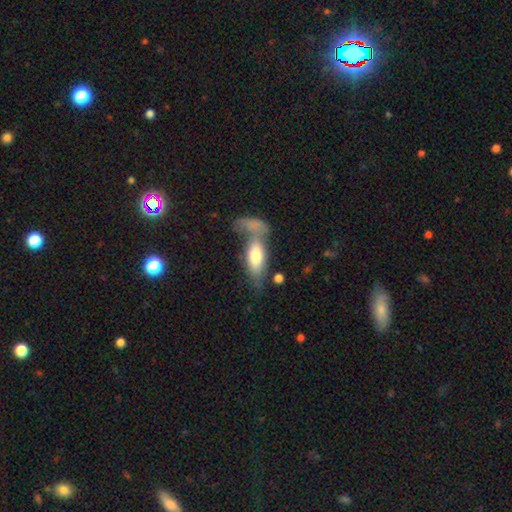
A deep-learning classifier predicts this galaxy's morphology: The model was most divided on "merging": merger: 38%, none: 31%, minor disturbance: 16%, major disturbance: 15%. More confident: how rounded — in between (74%); smooth or featured — smooth (70%).